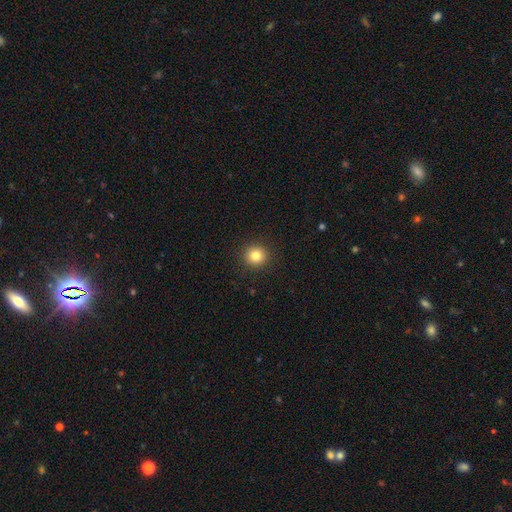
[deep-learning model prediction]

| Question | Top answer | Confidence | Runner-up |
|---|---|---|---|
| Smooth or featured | smooth | 82% | star or artifact (12%) |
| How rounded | round | 93% | in between (6%) |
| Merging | none | 92% | minor disturbance (5%) |